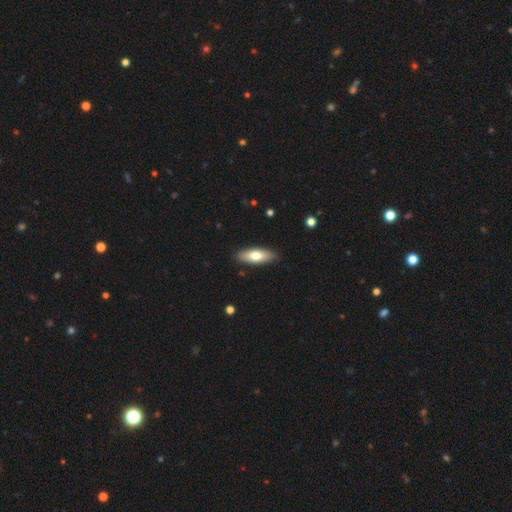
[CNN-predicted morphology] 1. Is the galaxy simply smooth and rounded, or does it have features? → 71% smooth, 23% featured or disk, 5% star or artifact.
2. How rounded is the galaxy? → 65% in between, 33% cigar-shaped, 2% round.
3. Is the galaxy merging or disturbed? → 89% none, 9% minor disturbance, 2% major disturbance, 1% merger.